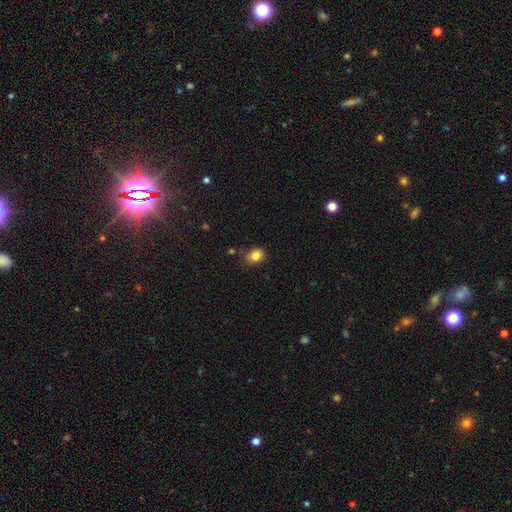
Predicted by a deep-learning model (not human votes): Smooth or featured: smooth — 84% (star or artifact — 10%)
How rounded: in between — 53% (round — 46%)
Merging: none — 74% (minor disturbance — 19%)